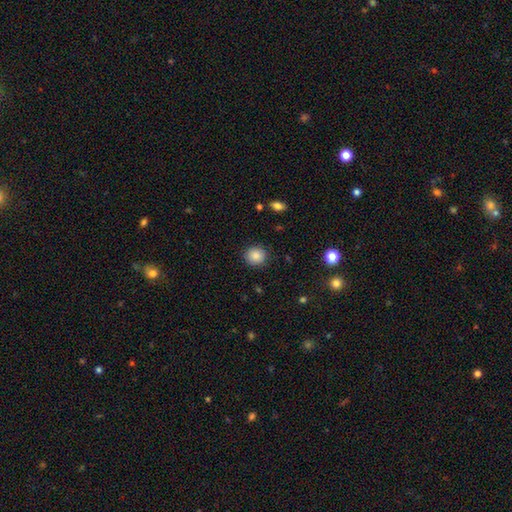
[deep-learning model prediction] The model was most divided on "how rounded": round: 87%, in between: 12%, cigar-shaped: 1%. More confident: merging — none (89%); smooth or featured — smooth (86%).